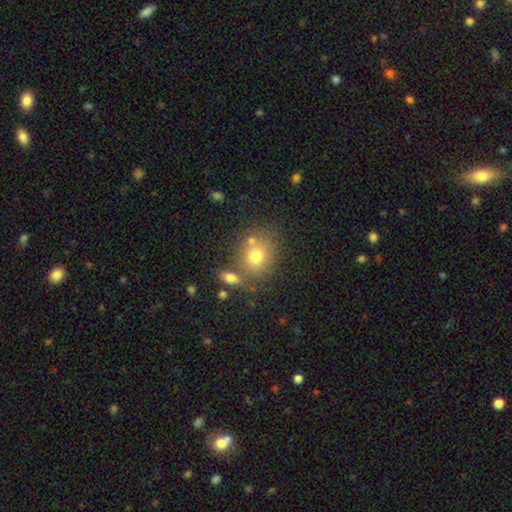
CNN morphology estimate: The model was most divided on "how rounded": round: 68%, in between: 31%, cigar-shaped: 1%. More confident: smooth or featured — smooth (73%); merging — none (62%).